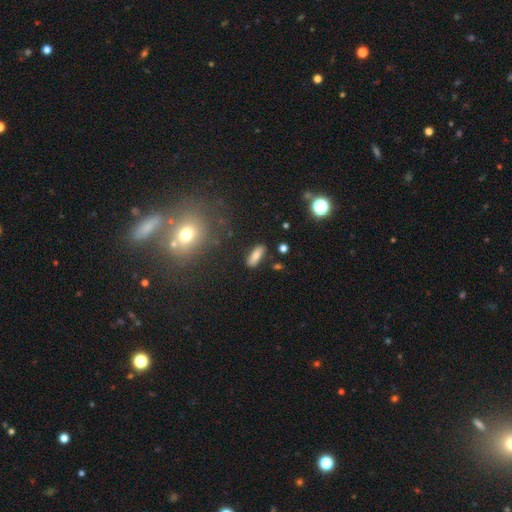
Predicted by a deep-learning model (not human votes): Overall: smooth (78%). How rounded: in between (60%; cigar-shaped 37%). Merging: none (85%).